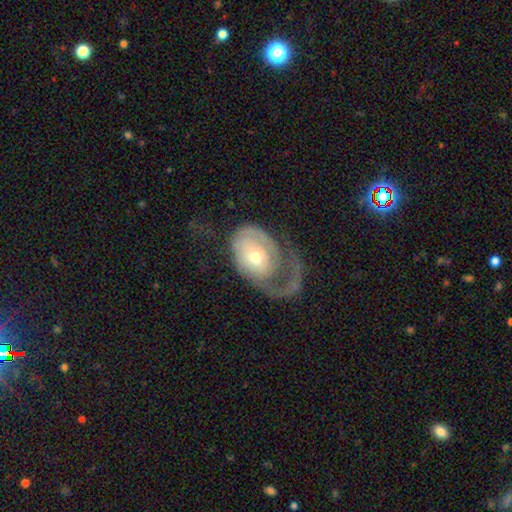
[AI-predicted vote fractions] This appears to be a featured or disk galaxy (66%) with no bar (76%), spiral arms (68%) and a moderate central bulge (55%). Merging: major disturbance (57%).